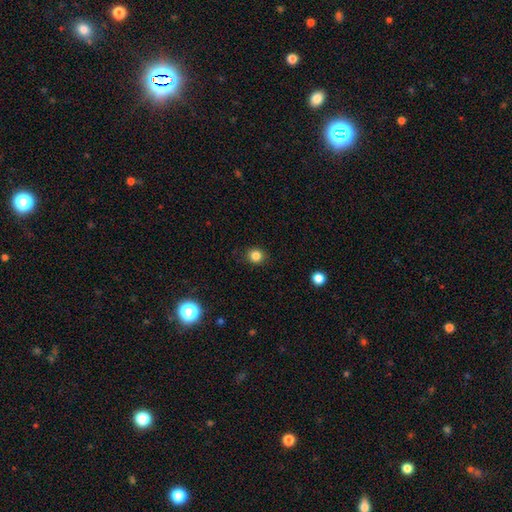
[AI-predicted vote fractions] smooth 84%, star or artifact 12%, featured or disk 4%. Down the decision tree: how rounded — round (87%); merging — none (89%).